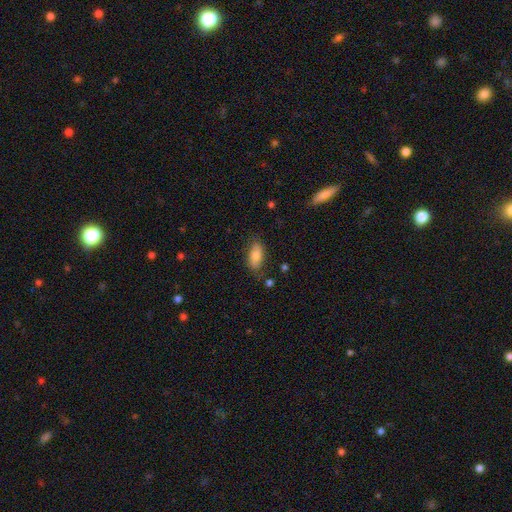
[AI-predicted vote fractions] Overall: smooth (75%). How rounded: in between (90%). Merging: none (78%).